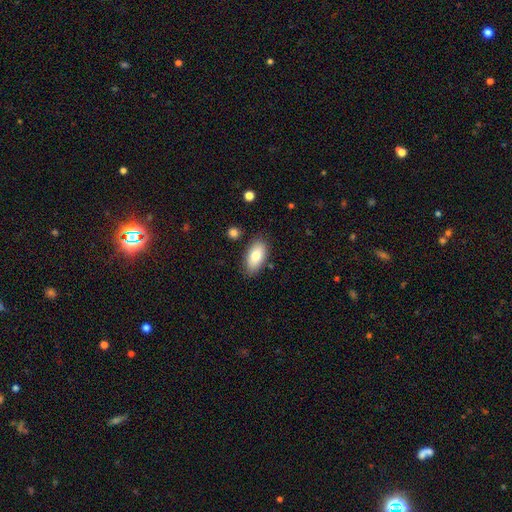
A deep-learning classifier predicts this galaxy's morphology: Smooth or featured: smooth — 79% (featured or disk — 14%)
How rounded: in between — 93% (cigar-shaped — 4%)
Merging: none — 81% (minor disturbance — 13%)